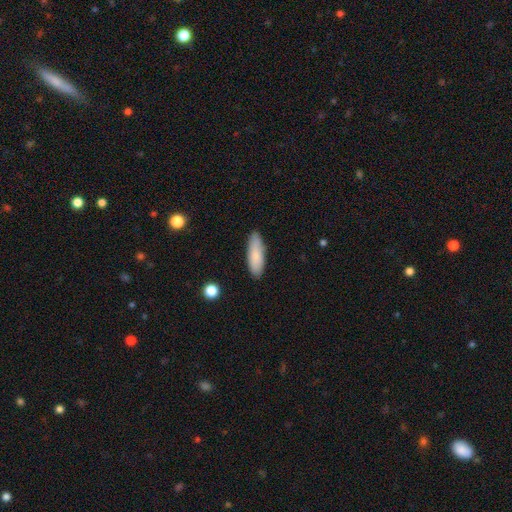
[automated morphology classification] smooth-or-featured: smooth: 84% | featured or disk: 10% | star or artifact: 6%
  how-rounded: in between: 53% | cigar-shaped: 45% | round: 2%
  merging: none: 86% | minor disturbance: 10% | major disturbance: 2% | merger: 1%